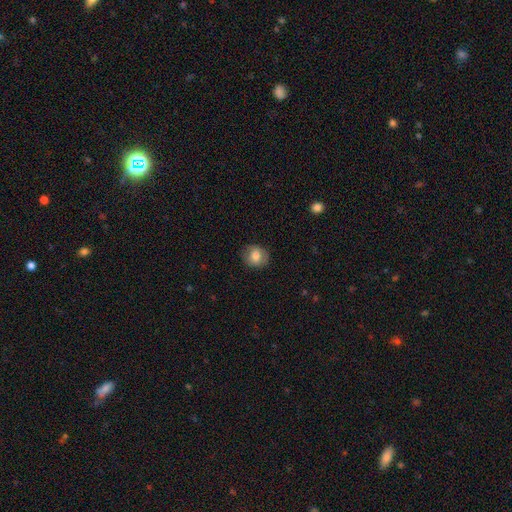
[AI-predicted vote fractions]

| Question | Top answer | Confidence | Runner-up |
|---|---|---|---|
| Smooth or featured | smooth | 78% | featured or disk (13%) |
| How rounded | round | 72% | in between (27%) |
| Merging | none | 86% | minor disturbance (10%) |